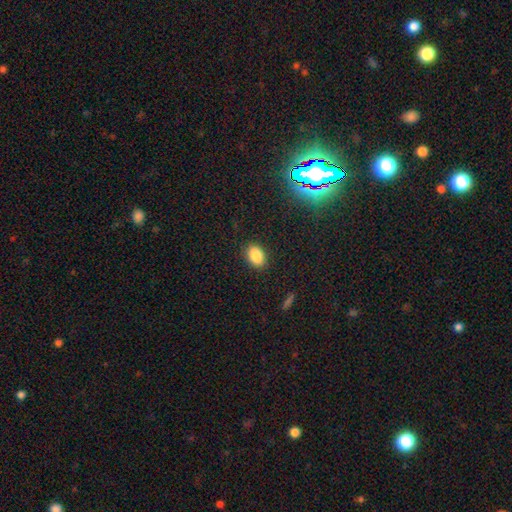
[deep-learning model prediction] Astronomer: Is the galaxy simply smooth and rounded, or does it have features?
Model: smooth — 86%.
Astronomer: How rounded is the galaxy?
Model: in between — 84%.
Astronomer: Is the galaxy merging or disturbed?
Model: none — 87%.